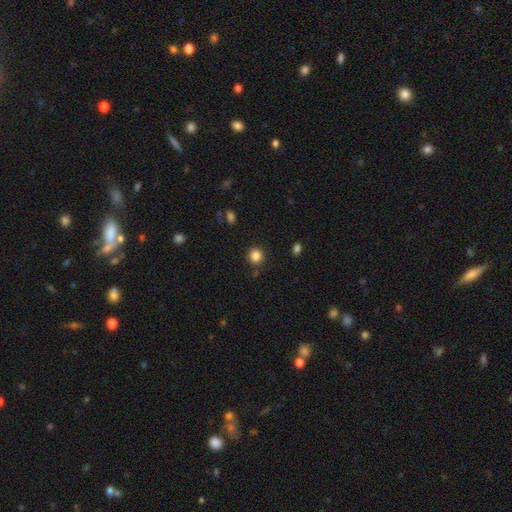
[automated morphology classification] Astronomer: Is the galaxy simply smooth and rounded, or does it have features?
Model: smooth — 85%.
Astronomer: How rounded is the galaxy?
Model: round — 88%.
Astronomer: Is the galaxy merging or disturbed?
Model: none — 87%.